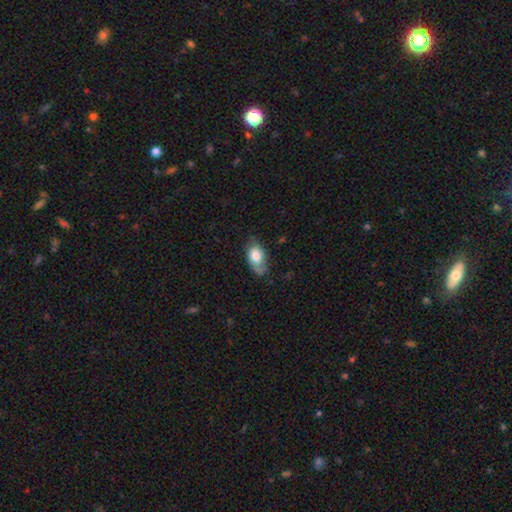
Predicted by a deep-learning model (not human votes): Smooth or featured?
  - smooth: 71% *
  - featured or disk: 22%
  - star or artifact: 7%
How rounded?
  - in between: 89% *
  - round: 9%
  - cigar-shaped: 2%
Merging?
  - none: 53% *
  - minor disturbance: 34%
  - major disturbance: 11%
  - merger: 2%